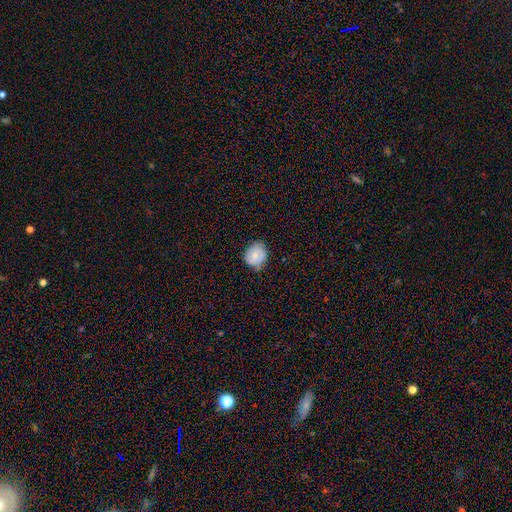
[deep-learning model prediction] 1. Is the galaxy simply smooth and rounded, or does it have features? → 59% smooth, 33% featured or disk, 8% star or artifact.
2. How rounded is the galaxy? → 69% round, 30% in between, 1% cigar-shaped.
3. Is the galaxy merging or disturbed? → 73% none, 22% minor disturbance, 4% major disturbance, 1% merger.